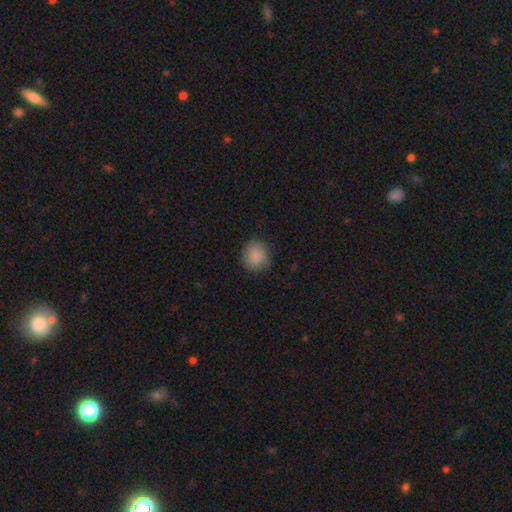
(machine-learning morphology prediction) This appears to be a smooth galaxy with no disk features (88%) that is round (85%). Merging: none (81%).